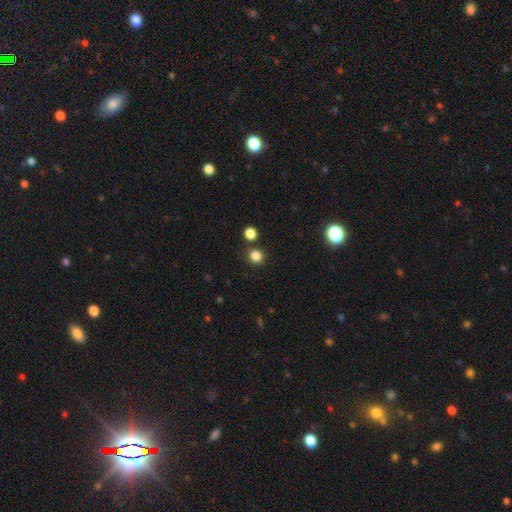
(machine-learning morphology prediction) Overall: smooth (83%). How rounded: round (87%). Merging: none (81%).